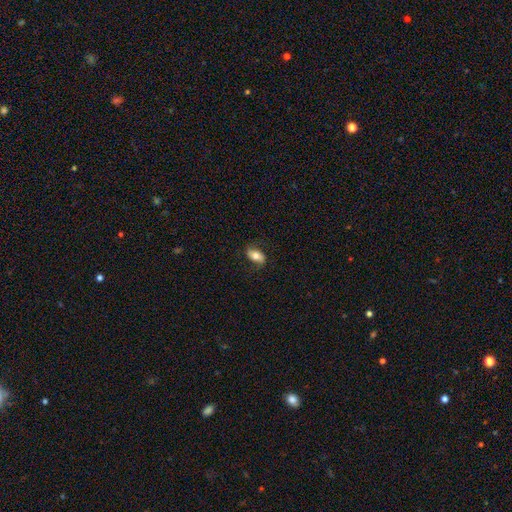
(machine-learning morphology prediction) Smooth or featured? Predicted: smooth (p=0.65). How rounded? Predicted: in between (p=0.89). Merging? Predicted: none (p=0.78).